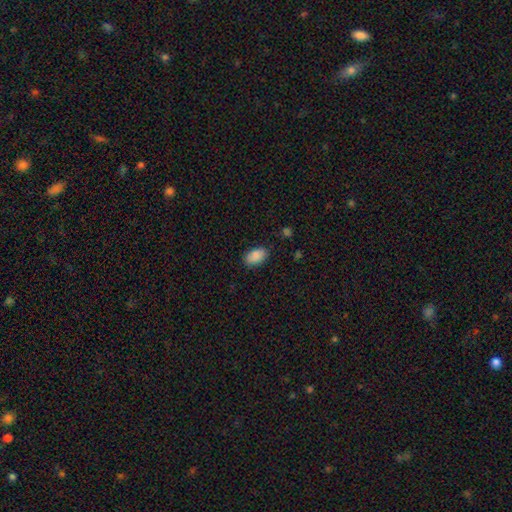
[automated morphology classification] Smooth or featured? Predicted: smooth (p=0.87). How rounded? Predicted: in between (p=0.92). Merging? Predicted: none (p=0.84).